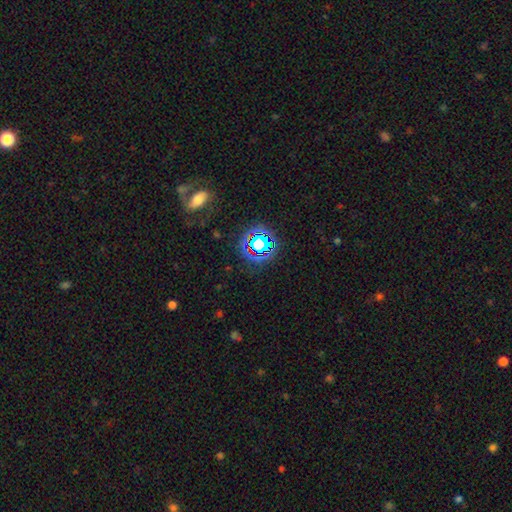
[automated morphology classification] Q: Smooth or featured?
A: star or artifact (63%); runner-up: smooth (22%)